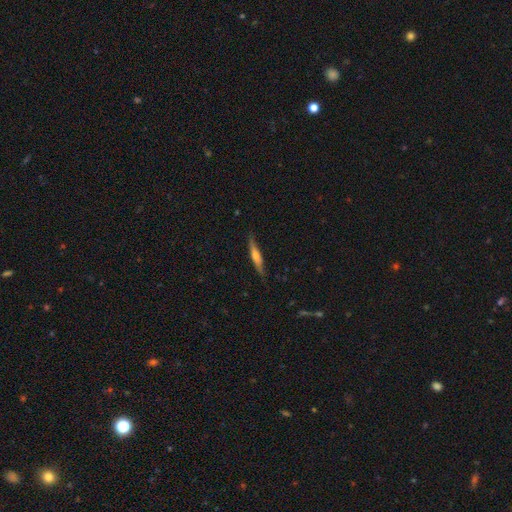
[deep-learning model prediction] Smooth or featured? Predicted: featured or disk (p=0.56). Edge-on disk? Predicted: yes (p=0.96). Edge-on bulge? Predicted: rounded (p=0.73). Merging? Predicted: none (p=0.85).